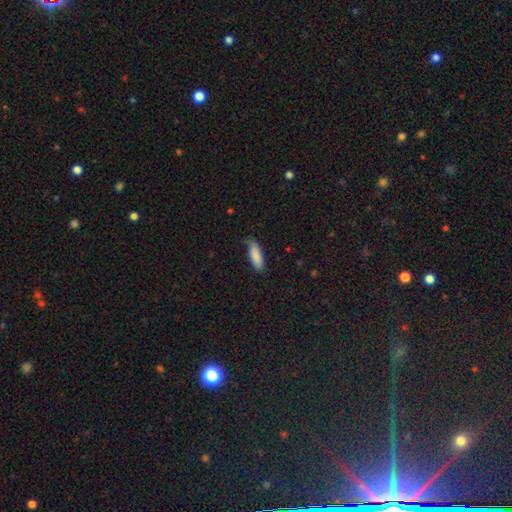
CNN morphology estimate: Smooth or featured? smooth (86%)
How rounded? in between (64%)
Merging? none (69%)